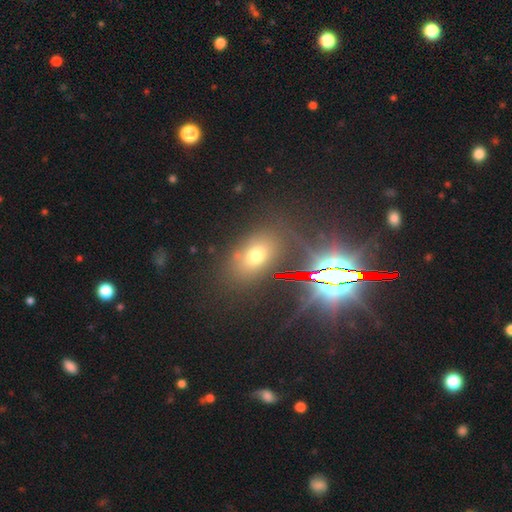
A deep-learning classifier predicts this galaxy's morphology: This is possibly a smooth galaxy (57%). How rounded: likely in between (79%). Merging: likely none (79%).